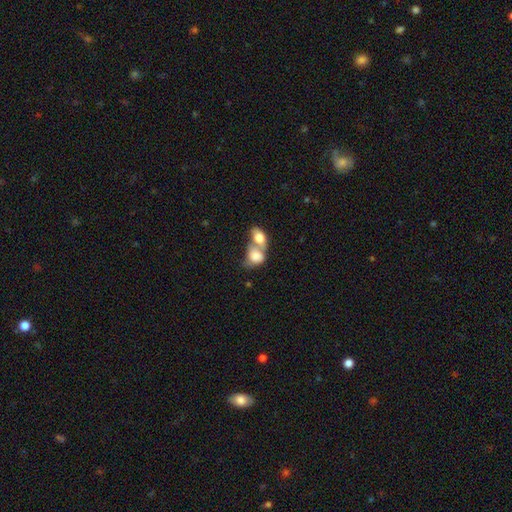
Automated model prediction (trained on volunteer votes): Smooth or featured?
  - smooth: 77% *
  - featured or disk: 17%
  - star or artifact: 7%
How rounded?
  - in between: 70% *
  - round: 28%
  - cigar-shaped: 2%
Merging?
  - merger: 77% *
  - none: 12%
  - minor disturbance: 6%
  - major disturbance: 5%